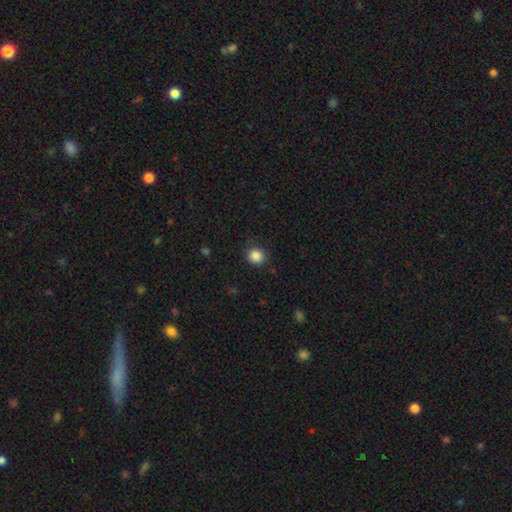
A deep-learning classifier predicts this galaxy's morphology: A smooth galaxy with no disk features (86%) that is round (83%). Merging: none (85%).